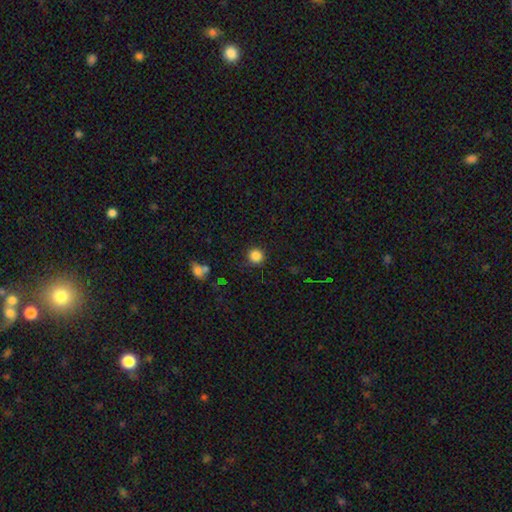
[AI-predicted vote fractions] Smooth or featured? smooth (85%)
How rounded? round (94%)
Merging? none (89%)